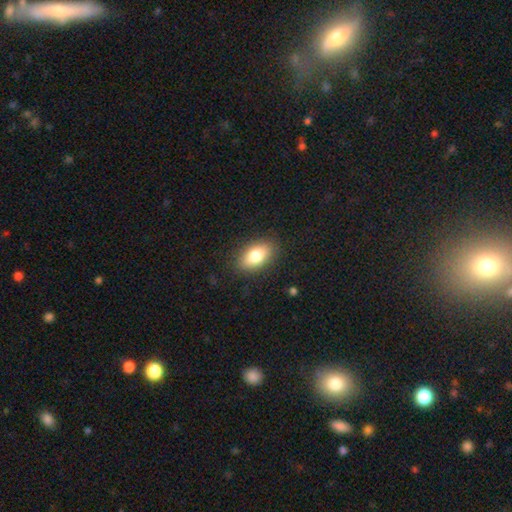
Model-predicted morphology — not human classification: Smooth or featured? Predicted: smooth (p=0.81). How rounded? Predicted: in between (p=0.91). Merging? Predicted: none (p=0.87).